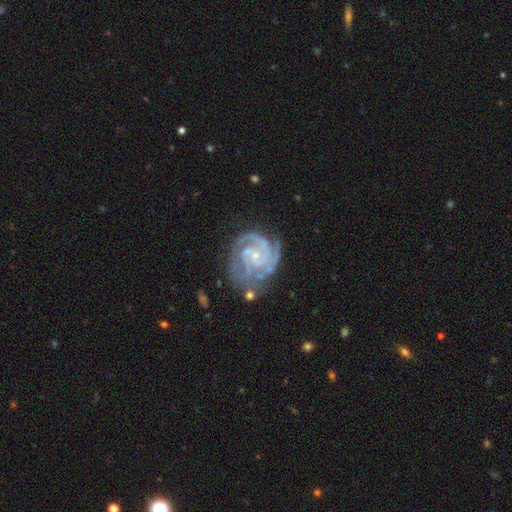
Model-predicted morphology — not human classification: smooth_or_featured: featured or disk (p=0.90) [alt: star or artifact p=0.06]
disk_edge_on: no (p=0.98) [alt: yes p=0.02]
bar: no (p=0.64) [alt: weak p=0.28]
has_spiral_arms: yes (p=0.98) [alt: no p=0.02]
spiral_winding: tight (p=0.73) [alt: medium p=0.24]
spiral_arm_count: 3 (p=0.39) [alt: 2 p=0.21]
bulge_size: small (p=0.76) [alt: moderate p=0.16]
merging: none (p=0.63) [alt: minor disturbance p=0.22]